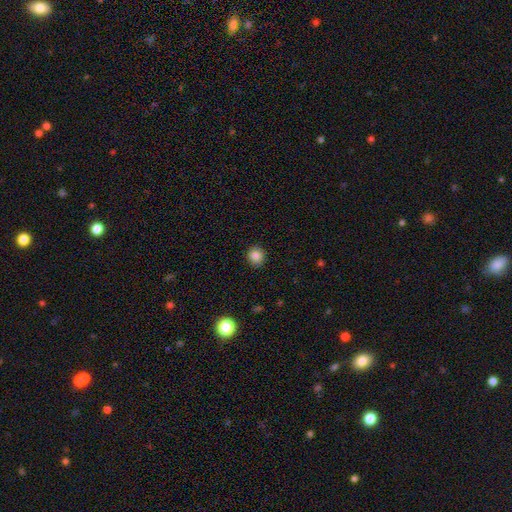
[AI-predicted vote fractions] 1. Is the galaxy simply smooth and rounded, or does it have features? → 85% smooth, 10% star or artifact, 4% featured or disk.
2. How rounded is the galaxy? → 80% round, 19% in between, 1% cigar-shaped.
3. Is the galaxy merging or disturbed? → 90% none, 7% minor disturbance, 2% major disturbance, 1% merger.